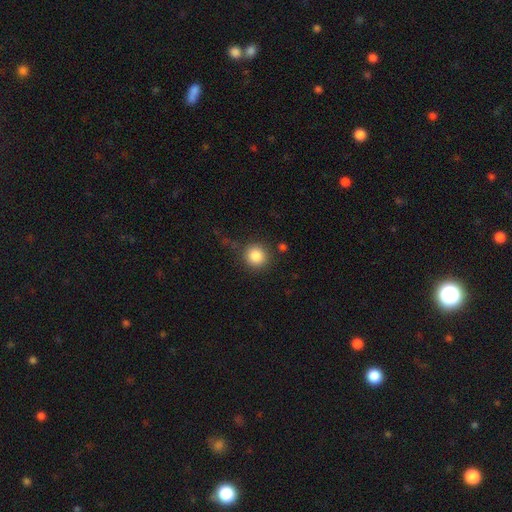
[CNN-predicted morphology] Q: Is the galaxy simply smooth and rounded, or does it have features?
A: smooth — 86%.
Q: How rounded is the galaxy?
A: round — 93%.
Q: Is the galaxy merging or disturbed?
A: none — 82%.